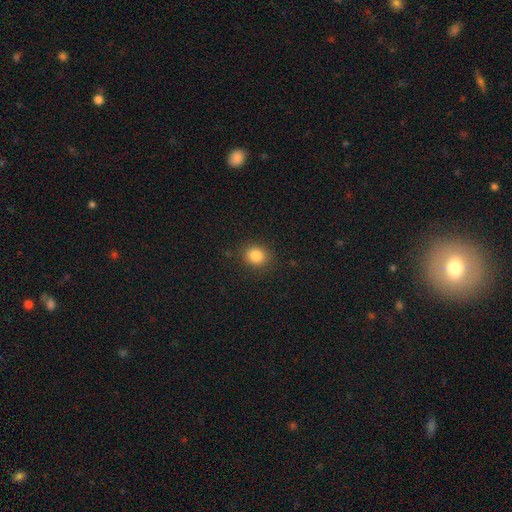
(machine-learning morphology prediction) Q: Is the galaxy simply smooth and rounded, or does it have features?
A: smooth — 84%.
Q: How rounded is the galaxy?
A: round — 71%.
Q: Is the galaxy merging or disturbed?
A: none — 88%.